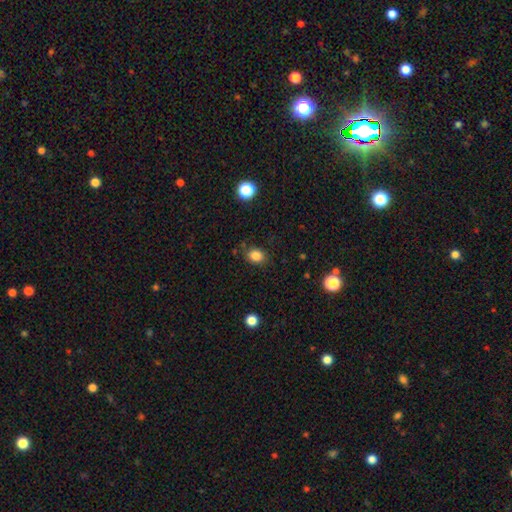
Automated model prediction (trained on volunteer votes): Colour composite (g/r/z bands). It shows a smooth galaxy with no disk features (84%) that is round (51%). Merging: none (79%).